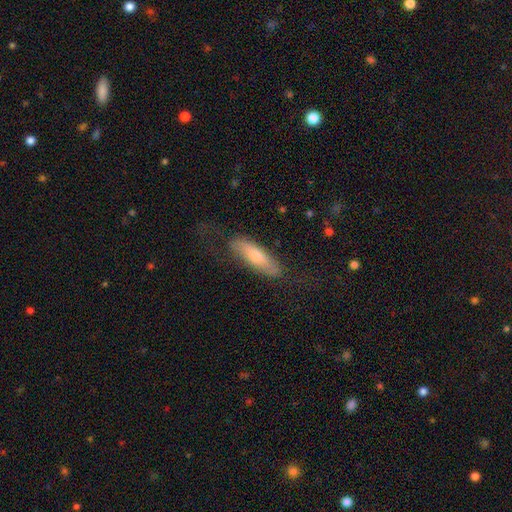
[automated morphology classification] Smooth or featured? Predicted: smooth (p=0.64). How rounded? Predicted: cigar-shaped (p=0.52). Merging? Predicted: none (p=0.65).